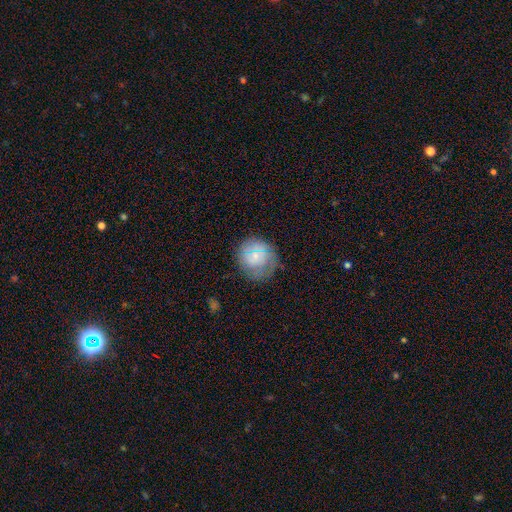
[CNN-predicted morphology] A smooth galaxy with no disk features (64%) that is round (86%).

Vote fractions:
- Smooth or featured? smooth: 64% / featured or disk: 25% / star or artifact: 11%
- How rounded? round: 86% / in between: 13% / cigar-shaped: 1%
- Merging? none: 67% / minor disturbance: 22% / major disturbance: 9% / merger: 2%